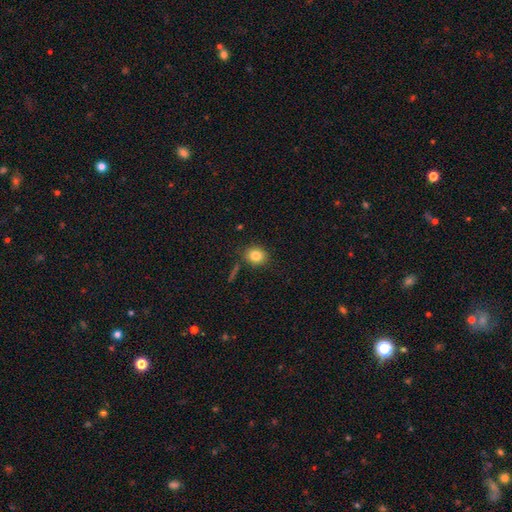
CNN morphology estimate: A smooth galaxy with no disk features (82%) that is round (67%). Merging: none (83%).